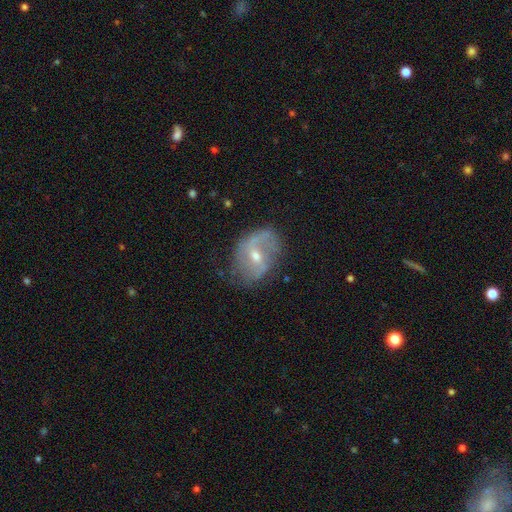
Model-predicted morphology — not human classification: smooth-or-featured: featured or disk: 78% | smooth: 15% | star or artifact: 8%
  disk-edge-on: no: 96% | yes: 4%
    bar: weak: 50% | no: 34% | strong: 16%
    has-spiral-arms: yes: 87% | no: 13%
      spiral-winding: loose: 46% | medium: 38% | tight: 16%
      spiral-arm-count: 2: 73% | can't tell: 11% | 1: 11% | 3: 2% | 4: 1% | more than 4: 1%
    bulge-size: moderate: 52% | small: 44% | large: 2% | none: 1% | dominant: 1%
  merging: none: 63% | minor disturbance: 24% | major disturbance: 11% | merger: 2%